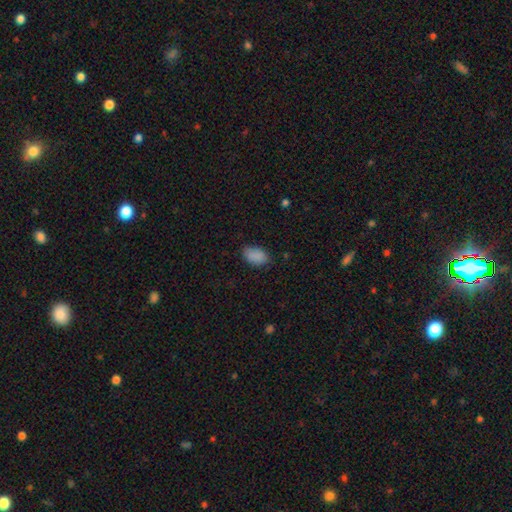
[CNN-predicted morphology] smooth-or-featured: smooth: 88% | star or artifact: 8% | featured or disk: 4%
  how-rounded: in between: 92% | round: 7% | cigar-shaped: 1%
  merging: none: 80% | minor disturbance: 15% | major disturbance: 3% | merger: 1%